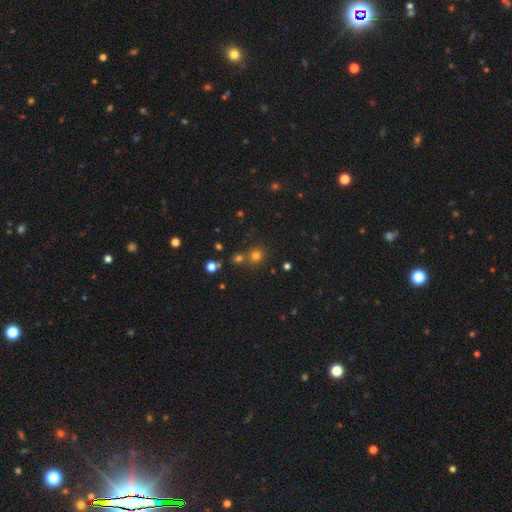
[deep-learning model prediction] Smooth or featured? smooth (72%)
How rounded? round (85%)
Merging? none (66%)